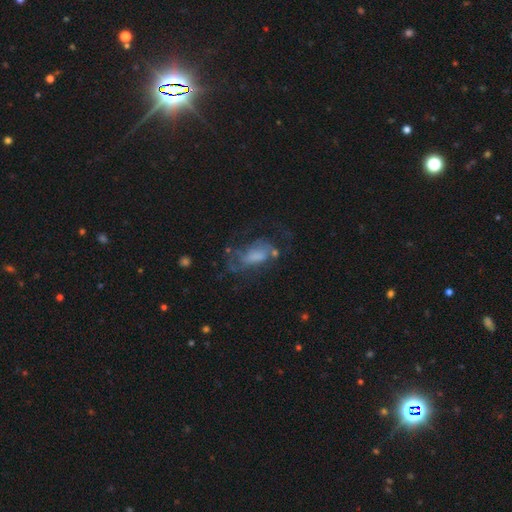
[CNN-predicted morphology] smooth-or-featured: featured or disk: 61% | smooth: 28% | star or artifact: 11%
  disk-edge-on: no: 95% | yes: 5%
    bar: no: 60% | weak: 31% | strong: 9%
    has-spiral-arms: yes: 68% | no: 32%
    bulge-size: none: 35% | moderate: 27% | small: 20% | large: 16% | dominant: 2%
  merging: none: 39% | major disturbance: 36% | minor disturbance: 21% | merger: 5%